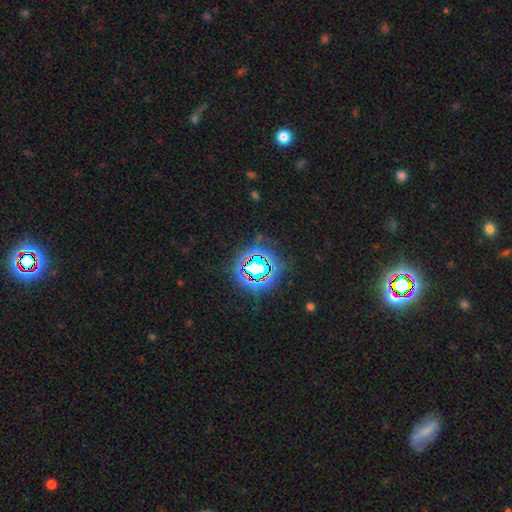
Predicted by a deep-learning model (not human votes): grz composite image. It shows a star or artifact, not a galaxy (79%).